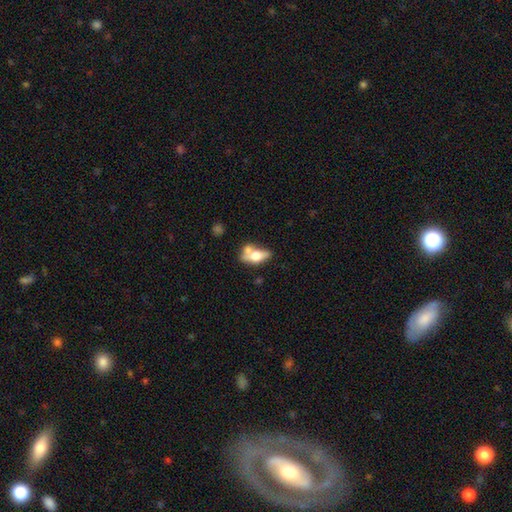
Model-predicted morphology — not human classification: Smooth or featured: smooth — 52% (featured or disk — 40%)
How rounded: in between — 75% (cigar-shaped — 18%)
Merging: none — 41% (merger — 34%)